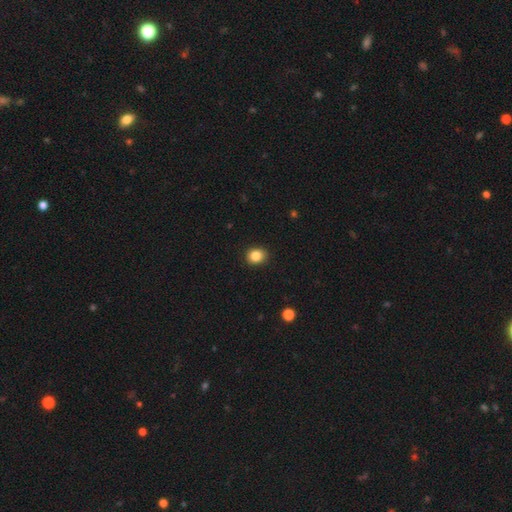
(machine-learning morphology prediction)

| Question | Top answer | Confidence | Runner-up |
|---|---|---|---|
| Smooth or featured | smooth | 85% | star or artifact (10%) |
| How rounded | round | 71% | in between (28%) |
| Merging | none | 90% | minor disturbance (7%) |